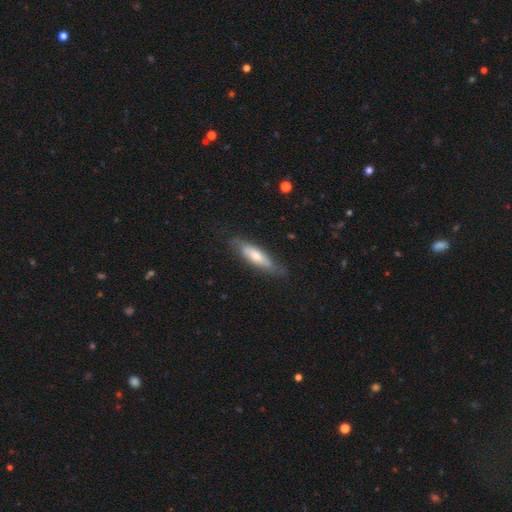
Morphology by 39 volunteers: A featured or disk galaxy (54%) viewed edge-on (57%) with a rounded central bulge (58%). Merging: none (90%).